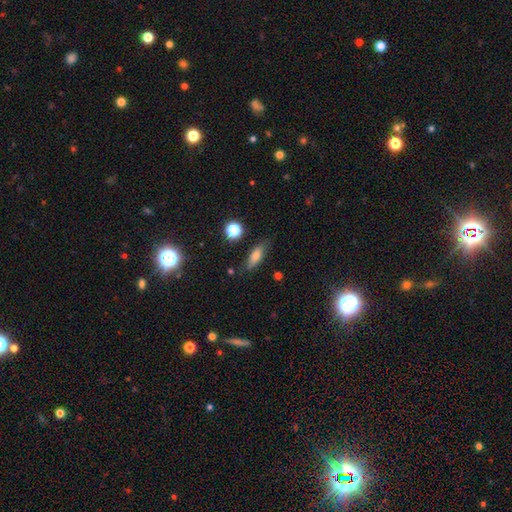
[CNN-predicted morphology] smooth-or-featured: smooth: 69% | featured or disk: 20% | star or artifact: 11%
  how-rounded: in between: 56% | cigar-shaped: 38% | round: 5%
  merging: none: 77% | minor disturbance: 17% | major disturbance: 4% | merger: 3%